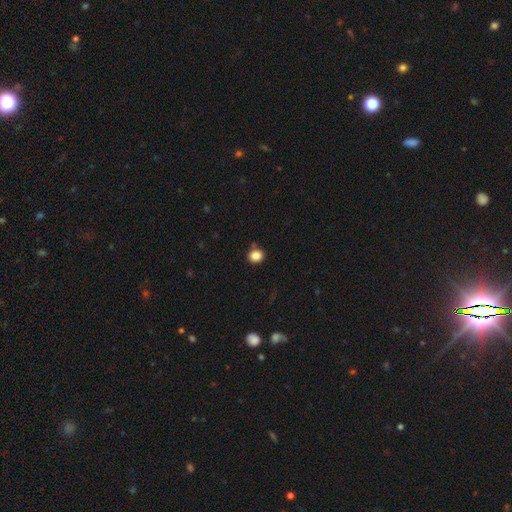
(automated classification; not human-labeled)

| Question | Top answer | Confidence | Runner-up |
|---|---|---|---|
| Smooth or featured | smooth | 85% | star or artifact (11%) |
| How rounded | round | 76% | in between (23%) |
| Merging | none | 78% | minor disturbance (13%) |